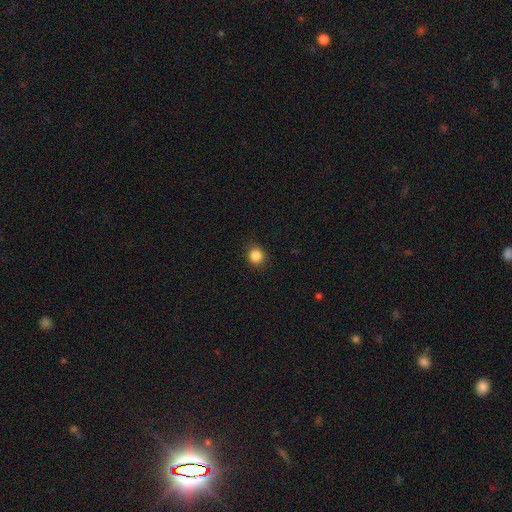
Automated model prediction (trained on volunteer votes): Overall: smooth (86%). How rounded: round (87%). Merging: none (89%).